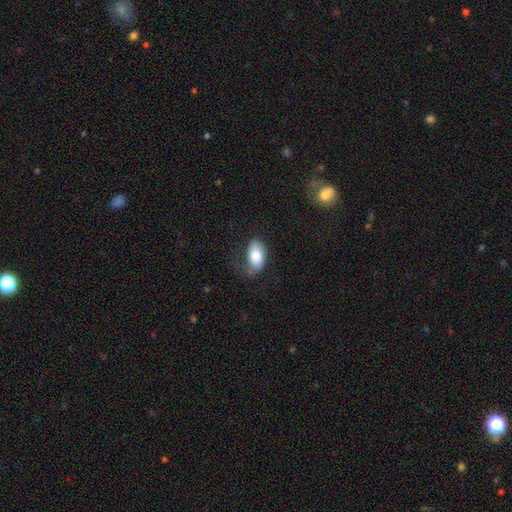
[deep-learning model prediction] Smooth or featured?
  - smooth: 81% *
  - featured or disk: 13%
  - star or artifact: 6%
How rounded?
  - in between: 93% *
  - round: 4%
  - cigar-shaped: 3%
Merging?
  - none: 55% *
  - minor disturbance: 29%
  - major disturbance: 14%
  - merger: 2%